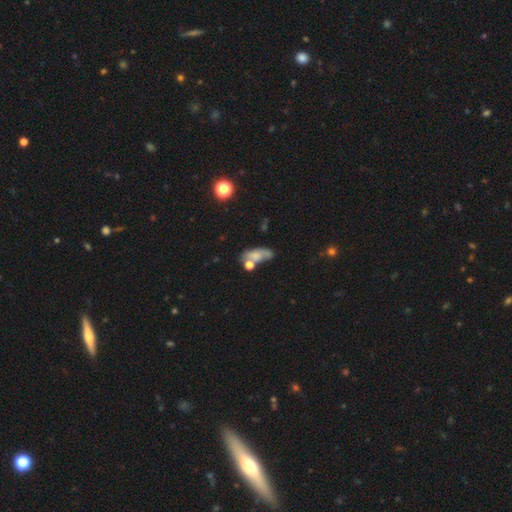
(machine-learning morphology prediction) smooth-or-featured: smooth: 57% | featured or disk: 29% | star or artifact: 14%
  how-rounded: in between: 76% | cigar-shaped: 14% | round: 11%
  merging: none: 41% | merger: 25% | minor disturbance: 21% | major disturbance: 12%